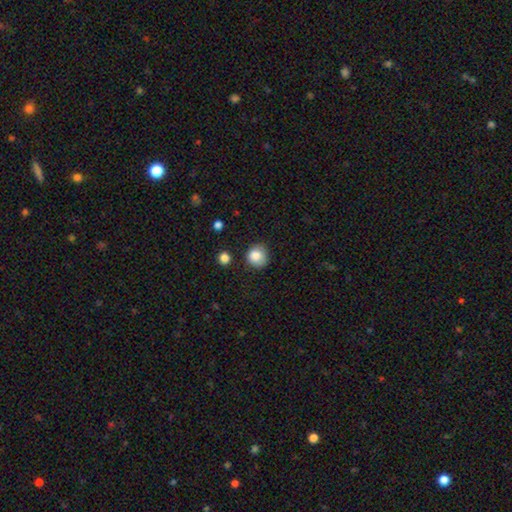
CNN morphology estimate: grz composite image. It shows a smooth galaxy with no disk features (84%) that is round (89%). Merging: none (76%).